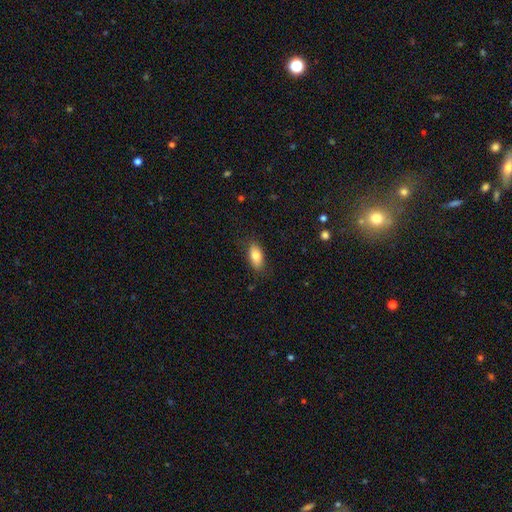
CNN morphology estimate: This appears to be a smooth galaxy with no disk features (81%) that is in between round and cigar-shaped (88%). Merging: none (84%).